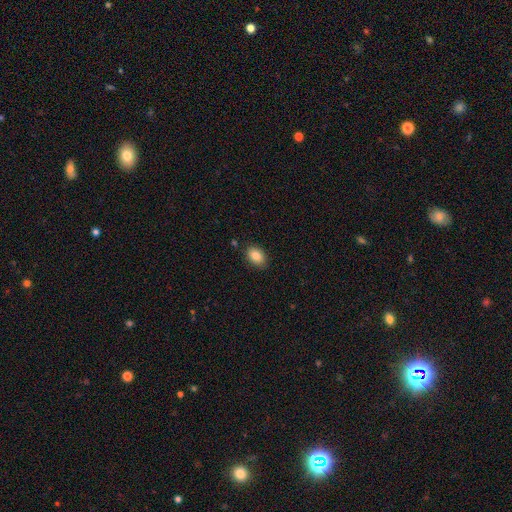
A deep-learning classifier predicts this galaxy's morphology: Smooth or featured?
  - smooth: 85% *
  - star or artifact: 8%
  - featured or disk: 6%
How rounded?
  - in between: 82% *
  - round: 17%
  - cigar-shaped: 1%
Merging?
  - none: 86% *
  - minor disturbance: 10%
  - major disturbance: 2%
  - merger: 2%